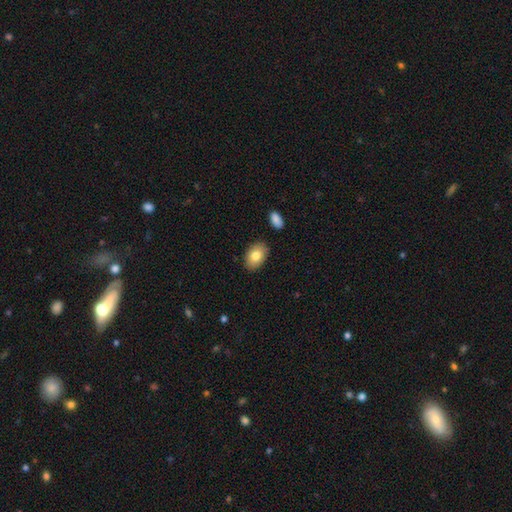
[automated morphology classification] smooth 80%, featured or disk 13%, star or artifact 7%. Down the decision tree: how rounded — in between (86%); merging — none (85%).